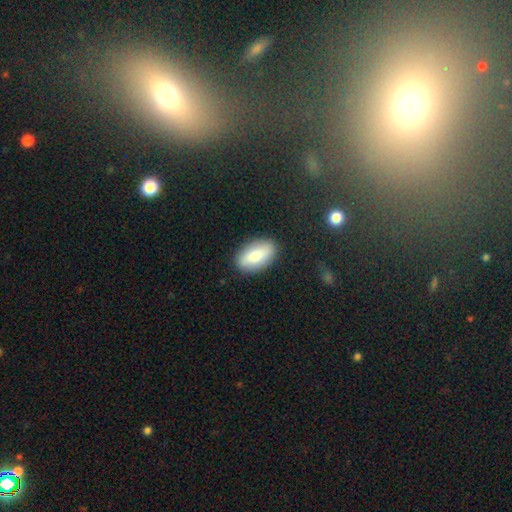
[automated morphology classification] Smooth or featured?
  - smooth: 76% *
  - featured or disk: 17%
  - star or artifact: 7%
How rounded?
  - in between: 91% *
  - round: 5%
  - cigar-shaped: 4%
Merging?
  - none: 87% *
  - minor disturbance: 9%
  - major disturbance: 3%
  - merger: 1%